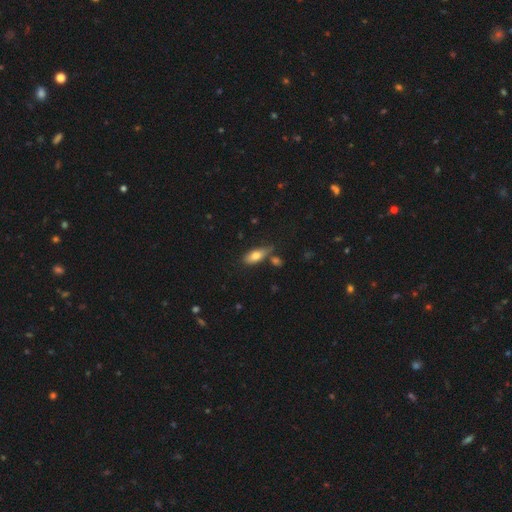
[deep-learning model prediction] smooth_or_featured: smooth (p=0.74) [alt: featured or disk p=0.19]
how_rounded: in between (p=0.79) [alt: cigar-shaped p=0.17]
merging: none (p=0.61) [alt: minor disturbance p=0.21]